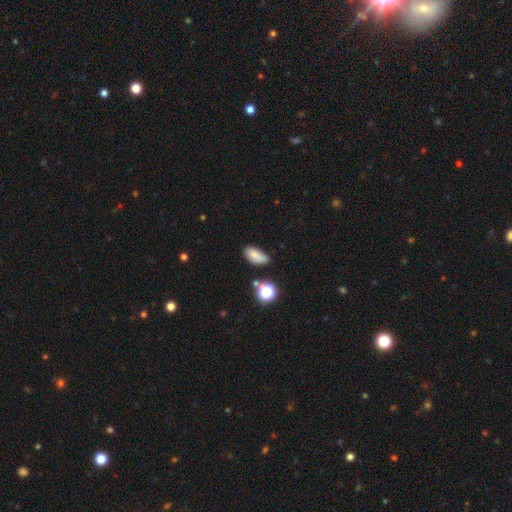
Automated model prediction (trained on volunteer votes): A smooth galaxy with no disk features (79%) that is in between round and cigar-shaped (82%).

Vote fractions:
- Smooth or featured? smooth: 79% / star or artifact: 12% / featured or disk: 9%
- How rounded? in between: 82% / cigar-shaped: 11% / round: 7%
- Merging? none: 64% / minor disturbance: 25% / merger: 6% / major disturbance: 6%